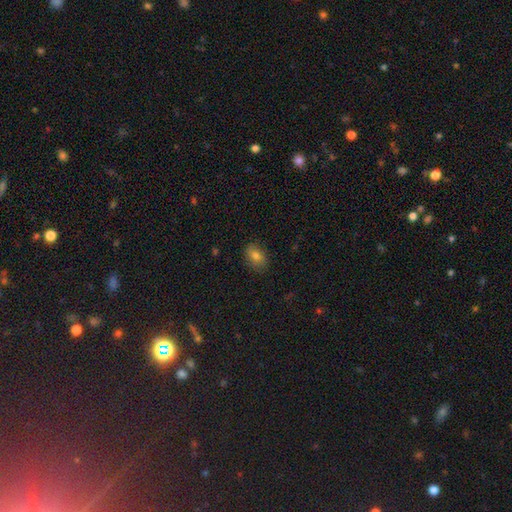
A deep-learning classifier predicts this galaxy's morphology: Smooth or featured: smooth — 78% (featured or disk — 12%)
How rounded: in between — 78% (round — 20%)
Merging: none — 82% (minor disturbance — 14%)